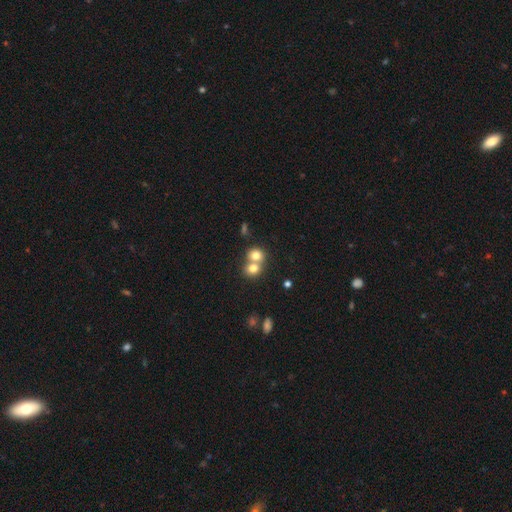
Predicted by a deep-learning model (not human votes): Smooth or featured? smooth (76%)
How rounded? round (72%)
Merging? merger (62%)